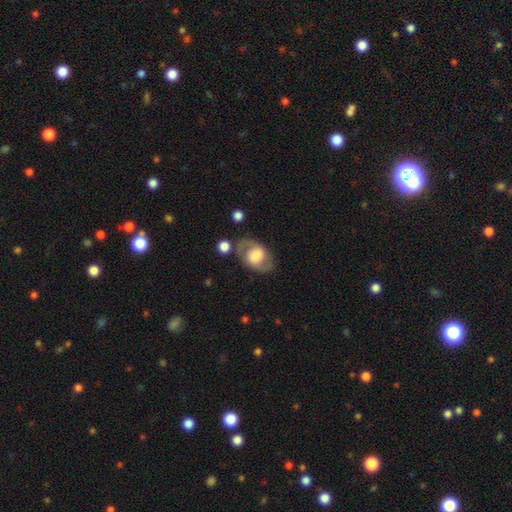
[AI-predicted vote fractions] Smooth or featured?
  - featured or disk: 55% *
  - smooth: 38%
  - star or artifact: 7%
Edge-on disk?
  - no: 93% *
  - yes: 7%
Bar?
  - no: 48% *
  - weak: 36%
  - strong: 15%
Spiral arms?
  - yes: 65% *
  - no: 35%
Bulge size?
  - large: 53% *
  - moderate: 21%
  - dominant: 12%
  - small: 8%
  - none: 7%
Merging?
  - none: 69% *
  - minor disturbance: 17%
  - major disturbance: 8%
  - merger: 5%